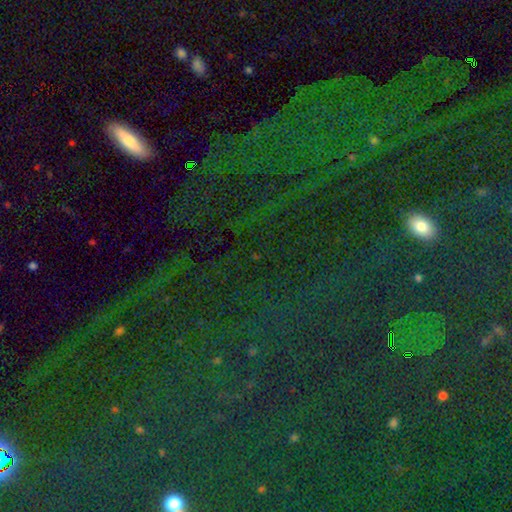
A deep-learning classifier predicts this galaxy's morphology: type=star or artifact (74%).